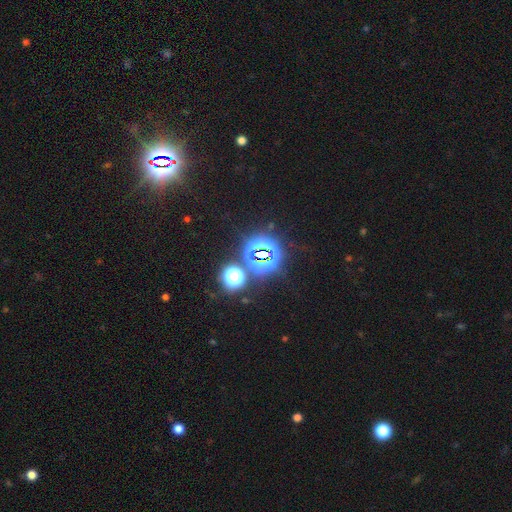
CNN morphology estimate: The model was most divided on "smooth or featured": star or artifact: 82%, smooth: 12%, featured or disk: 6%.